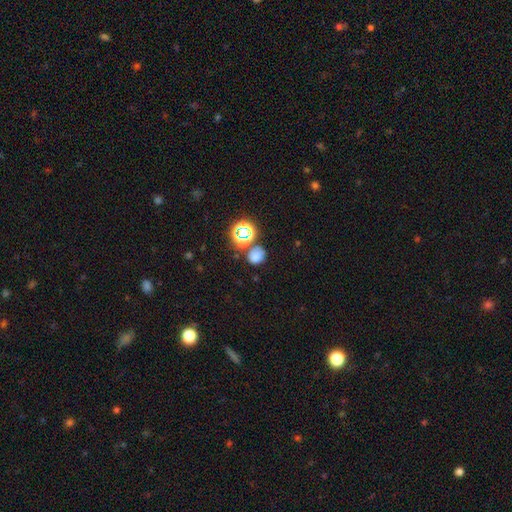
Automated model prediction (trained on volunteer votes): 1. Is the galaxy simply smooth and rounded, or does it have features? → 69% smooth, 24% star or artifact, 7% featured or disk.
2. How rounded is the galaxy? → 76% round, 23% in between, 1% cigar-shaped.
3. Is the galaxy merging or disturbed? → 70% none, 13% merger, 13% minor disturbance, 4% major disturbance.